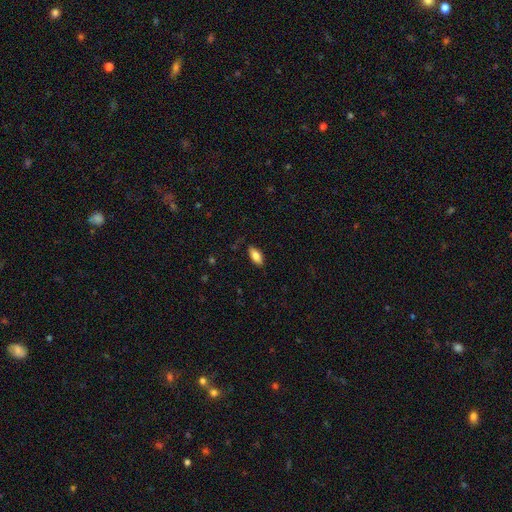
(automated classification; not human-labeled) Smooth or featured?
  - smooth: 79% *
  - featured or disk: 14%
  - star or artifact: 7%
How rounded?
  - in between: 84% *
  - cigar-shaped: 14%
  - round: 2%
Merging?
  - none: 83% *
  - minor disturbance: 13%
  - major disturbance: 3%
  - merger: 1%